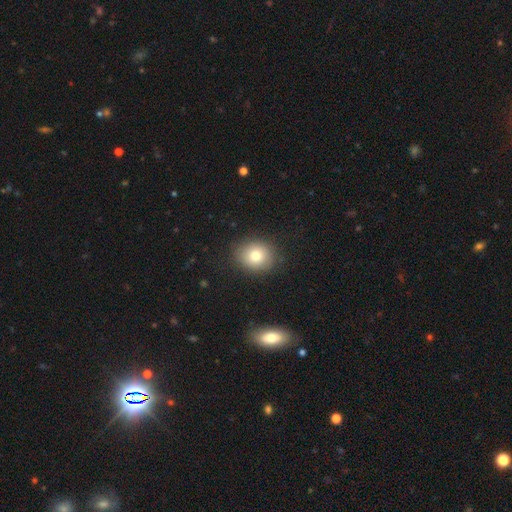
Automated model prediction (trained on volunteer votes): The model was most divided on "how rounded": round: 69%, in between: 30%, cigar-shaped: 1%. More confident: merging — none (87%); smooth or featured — smooth (77%).